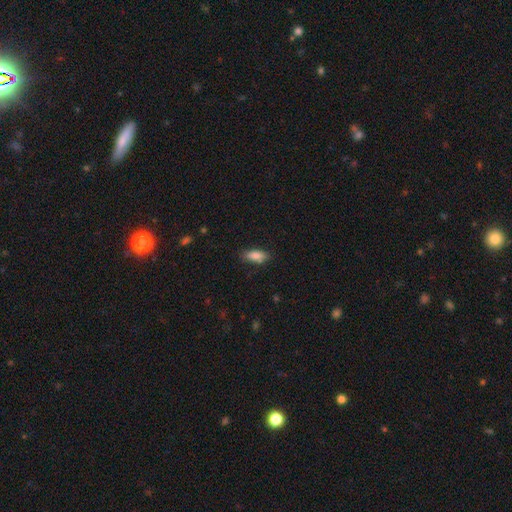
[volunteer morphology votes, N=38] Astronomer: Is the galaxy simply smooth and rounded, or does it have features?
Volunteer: smooth — 95%.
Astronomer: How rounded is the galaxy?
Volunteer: in between — 83%.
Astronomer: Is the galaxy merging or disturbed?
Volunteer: none — 82%.